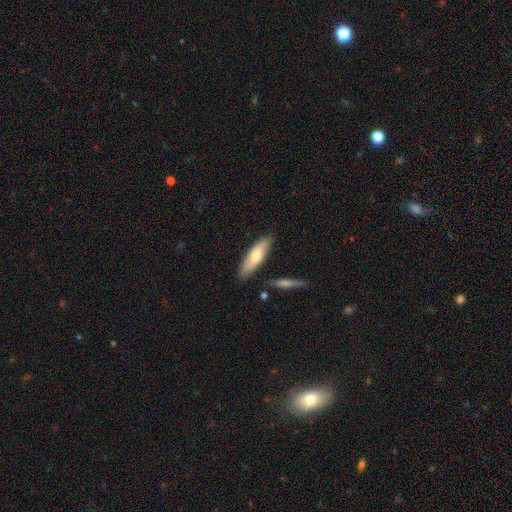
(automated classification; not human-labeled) Smooth or featured? smooth (65%)
How rounded? cigar-shaped (50%)
Merging? none (82%)